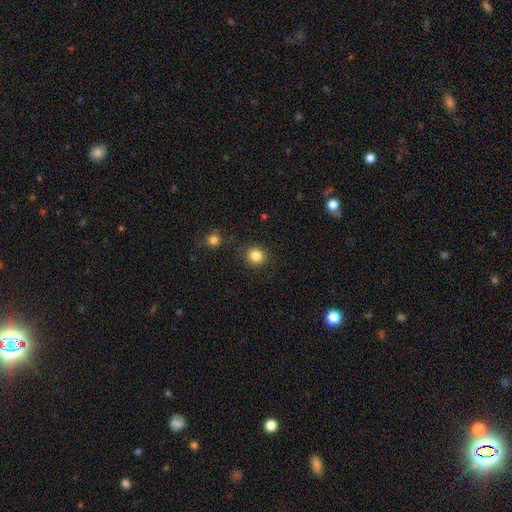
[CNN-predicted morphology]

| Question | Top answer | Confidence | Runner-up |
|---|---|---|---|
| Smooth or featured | smooth | 84% | star or artifact (11%) |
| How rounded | round | 91% | in between (8%) |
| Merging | none | 88% | minor disturbance (7%) |